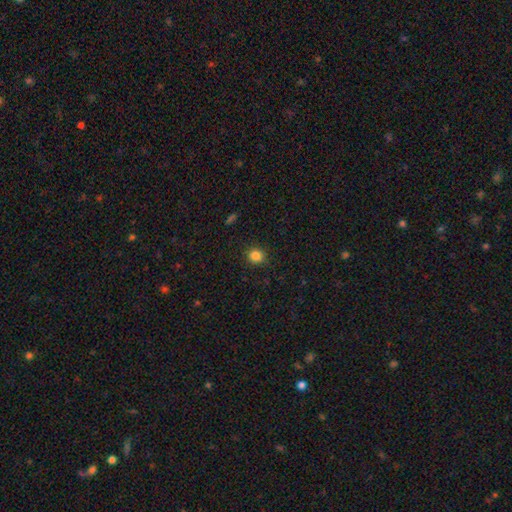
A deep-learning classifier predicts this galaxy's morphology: This appears to be a smooth galaxy with no disk features (85%) that is round (85%). Merging: none (89%).